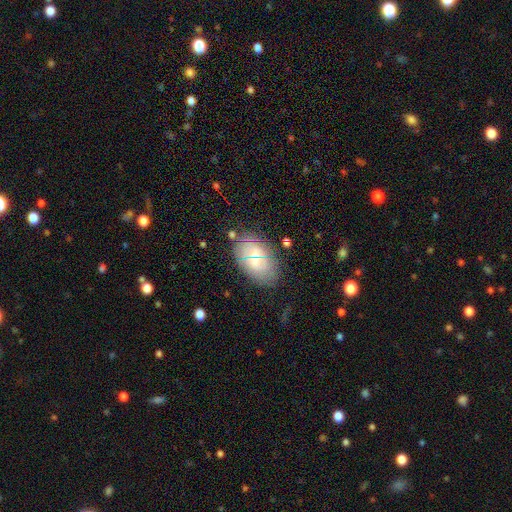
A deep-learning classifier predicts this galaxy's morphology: A smooth galaxy with no disk features (59%) that is in between round and cigar-shaped (88%).

Vote fractions:
- Smooth or featured? smooth: 59% / featured or disk: 28% / star or artifact: 13%
- How rounded? in between: 88% / round: 10% / cigar-shaped: 2%
- Merging? none: 73% / minor disturbance: 17% / major disturbance: 6% / merger: 4%